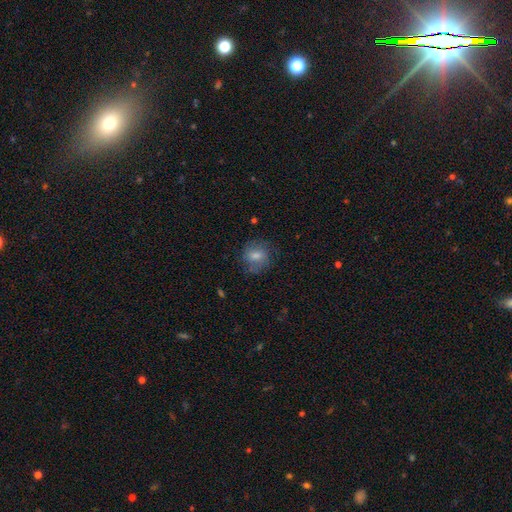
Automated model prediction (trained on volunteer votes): The model was most divided on "smooth or featured": smooth: 57%, featured or disk: 30%, star or artifact: 13%. More confident: merging — none (74%); how rounded — round (69%).